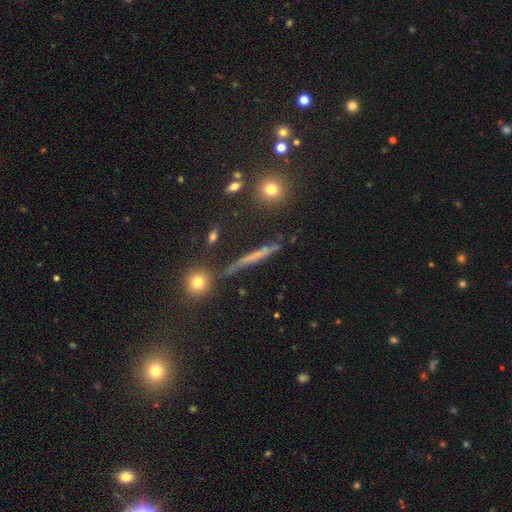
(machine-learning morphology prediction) Smooth or featured? featured or disk (46%)
Merging? none (80%)